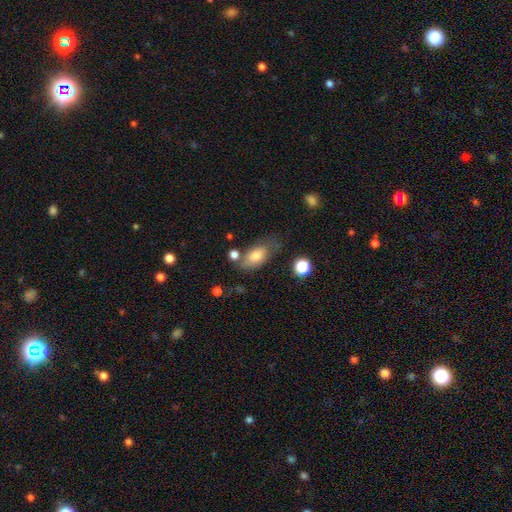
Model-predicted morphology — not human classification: A smooth galaxy with no disk features (73%) that is in between round and cigar-shaped (88%). Merging: none (55%).